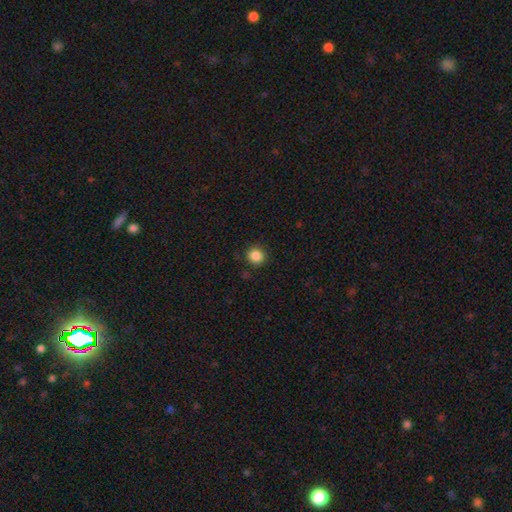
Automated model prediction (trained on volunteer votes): Smooth or featured? Predicted: smooth (p=0.86). How rounded? Predicted: round (p=0.92). Merging? Predicted: none (p=0.89).